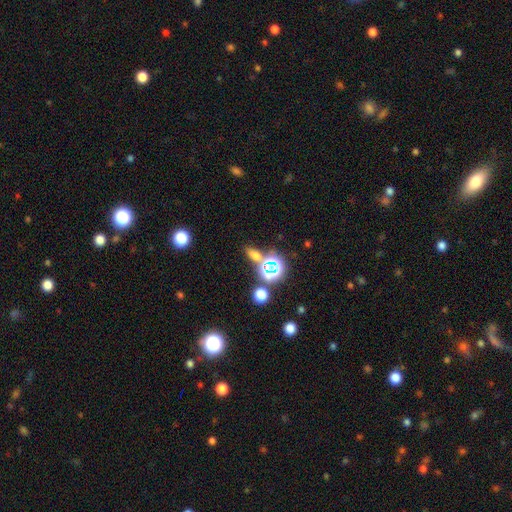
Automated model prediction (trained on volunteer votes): Smooth or featured? Predicted: smooth (p=0.52). How rounded? Predicted: in between (p=0.65). Merging? Predicted: none (p=0.67).